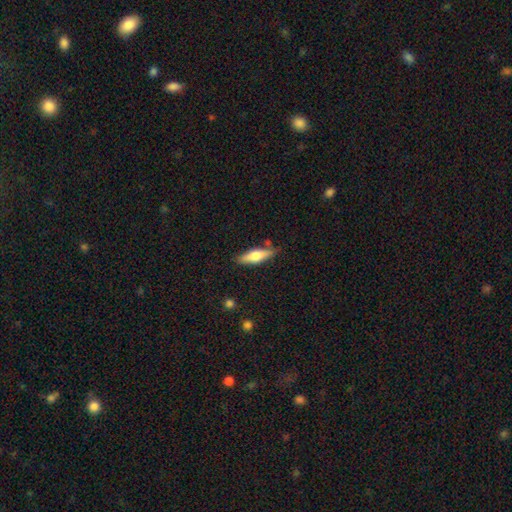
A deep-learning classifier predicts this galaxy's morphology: smooth 53%, featured or disk 41%, star or artifact 6%. Down the decision tree: how rounded — cigar-shaped (58%); merging — none (81%).